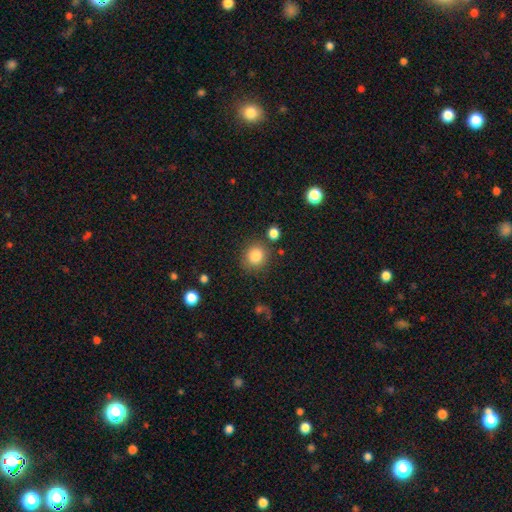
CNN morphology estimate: The model was most divided on "how rounded": round: 84%, in between: 15%, cigar-shaped: 1%. More confident: smooth or featured — smooth (84%); merging — none (82%).